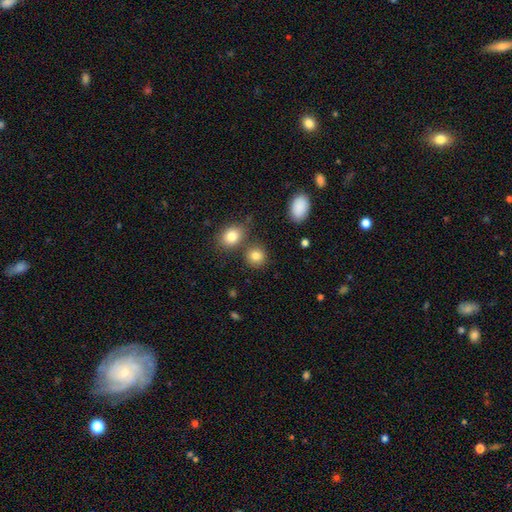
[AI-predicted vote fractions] Overall: smooth (83%). How rounded: round (82%). Merging: none (75%).